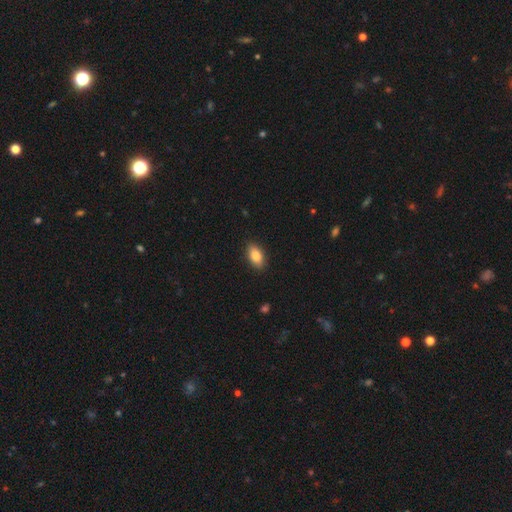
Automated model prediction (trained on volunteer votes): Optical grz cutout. It shows a smooth galaxy with no disk features (83%) that is in between round and cigar-shaped (90%). Merging: none (89%).